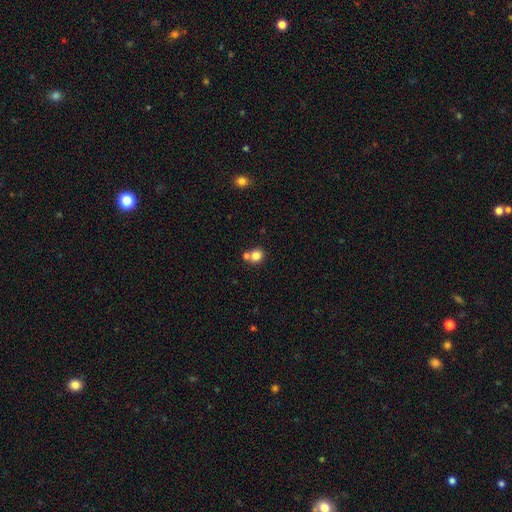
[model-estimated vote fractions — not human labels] Smooth or featured?
  - smooth: 81% *
  - star or artifact: 11%
  - featured or disk: 8%
How rounded?
  - round: 83% *
  - in between: 16%
  - cigar-shaped: 1%
Merging?
  - none: 52% *
  - merger: 37%
  - minor disturbance: 8%
  - major disturbance: 3%